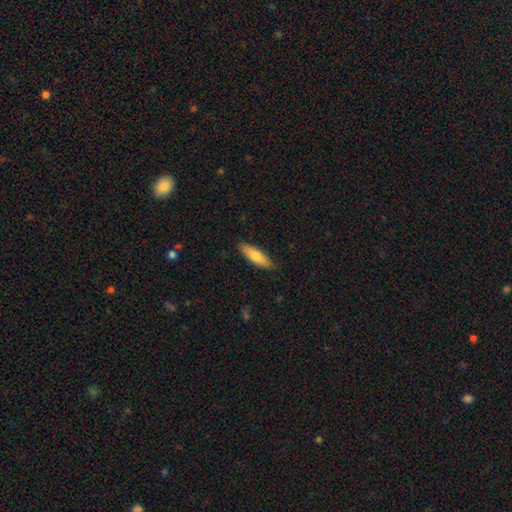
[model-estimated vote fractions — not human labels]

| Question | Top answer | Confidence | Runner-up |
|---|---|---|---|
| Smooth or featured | smooth | 72% | featured or disk (23%) |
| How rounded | cigar-shaped | 53% | in between (45%) |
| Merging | none | 88% | minor disturbance (9%) |